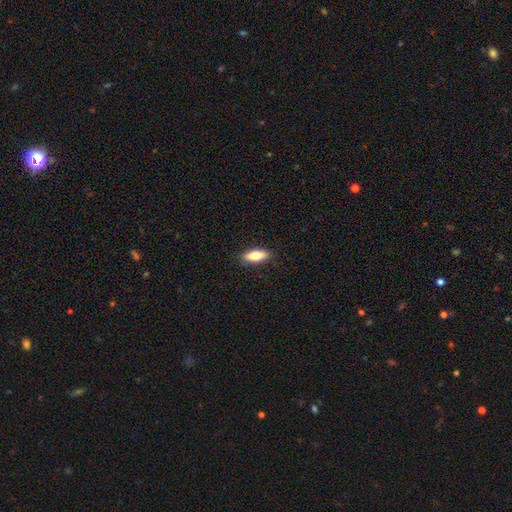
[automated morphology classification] smooth 71%, featured or disk 23%, star or artifact 6%. Down the decision tree: how rounded — in between (66%); merging — none (88%).